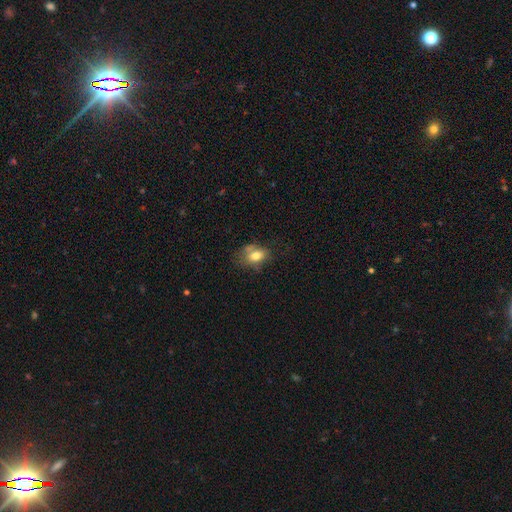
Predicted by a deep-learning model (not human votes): smooth-or-featured: smooth: 74% | featured or disk: 17% | star or artifact: 10%
  how-rounded: in between: 78% | round: 20% | cigar-shaped: 2%
  merging: none: 48% | minor disturbance: 29% | major disturbance: 13% | merger: 10%